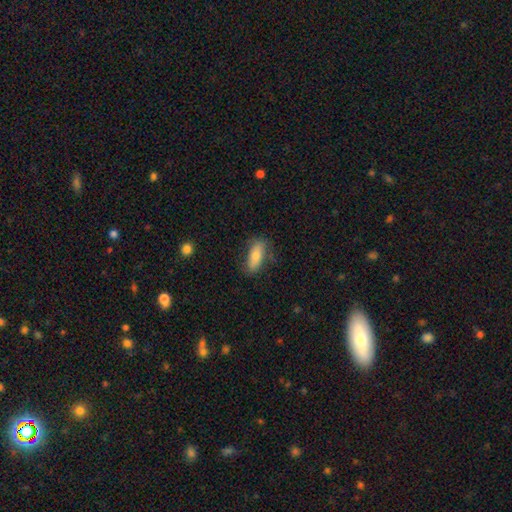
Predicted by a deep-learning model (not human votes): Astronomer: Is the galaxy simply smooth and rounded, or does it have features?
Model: smooth — 74%.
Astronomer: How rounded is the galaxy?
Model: in between — 71%.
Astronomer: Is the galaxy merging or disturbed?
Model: none — 77%.